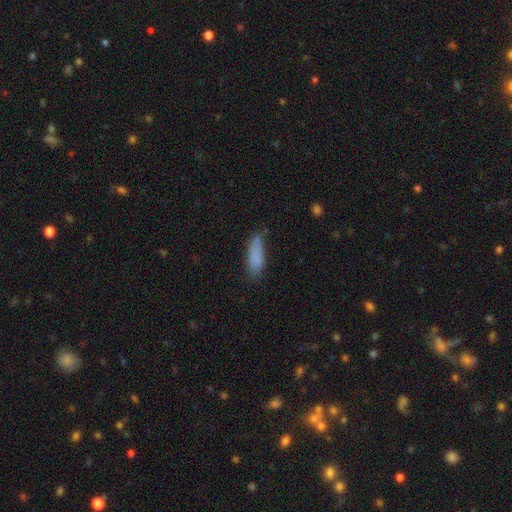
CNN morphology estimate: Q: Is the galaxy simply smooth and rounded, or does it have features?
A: smooth — 85%.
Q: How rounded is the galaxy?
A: cigar-shaped — 51%.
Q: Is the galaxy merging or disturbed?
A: none — 72%.